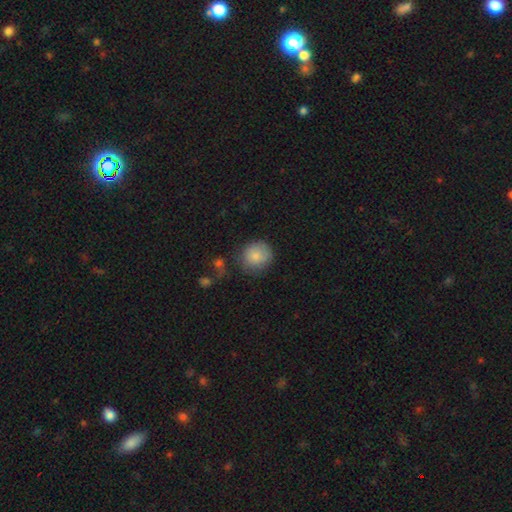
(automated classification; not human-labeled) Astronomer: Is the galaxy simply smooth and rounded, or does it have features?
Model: smooth — 83%.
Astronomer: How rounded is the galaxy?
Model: round — 89%.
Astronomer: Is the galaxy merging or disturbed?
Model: none — 72%.